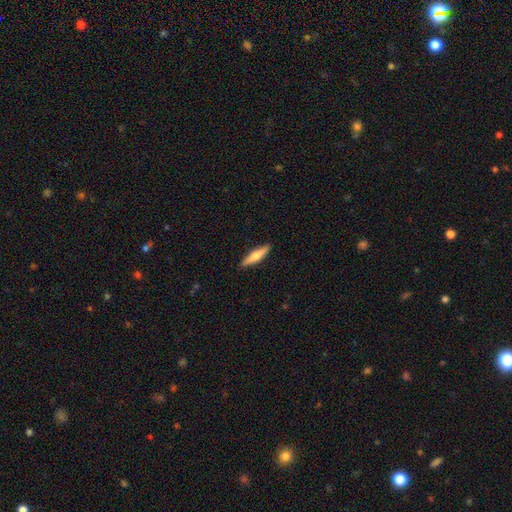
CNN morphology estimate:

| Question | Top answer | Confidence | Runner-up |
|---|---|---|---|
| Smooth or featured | smooth | 54% | featured or disk (40%) |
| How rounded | cigar-shaped | 80% | in between (19%) |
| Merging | none | 90% | minor disturbance (7%) |